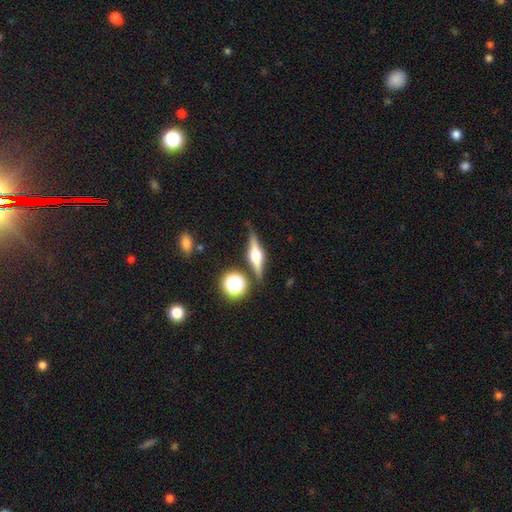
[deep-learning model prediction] A featured or disk galaxy (73%) viewed edge-on (96%) with a rounded central bulge (93%). Merging: none (82%).